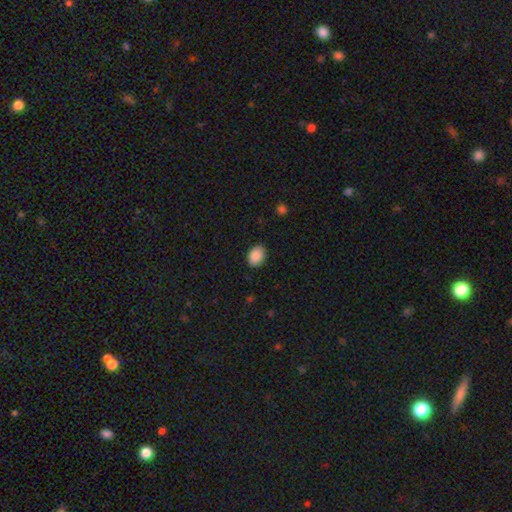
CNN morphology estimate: This appears to be a smooth galaxy with no disk features (89%) that is in between round and cigar-shaped (73%). Merging: none (89%).